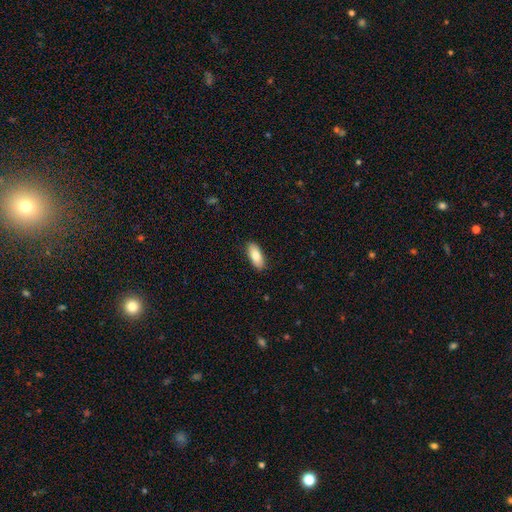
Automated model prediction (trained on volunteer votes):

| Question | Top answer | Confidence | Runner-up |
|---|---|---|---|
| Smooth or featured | smooth | 82% | featured or disk (12%) |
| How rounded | in between | 82% | cigar-shaped (16%) |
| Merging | none | 89% | minor disturbance (8%) |